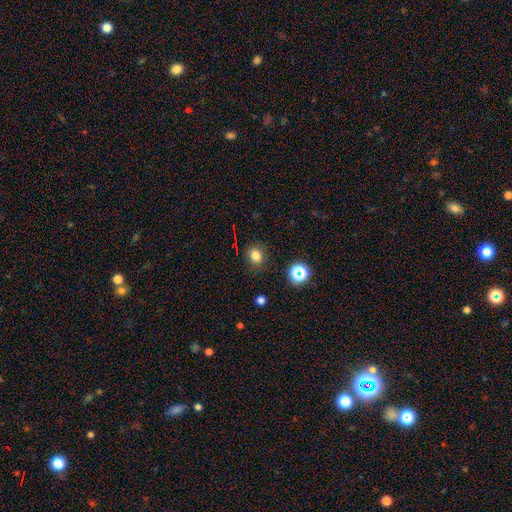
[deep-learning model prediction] A smooth galaxy with no disk features (77%) that is round (80%).

Vote fractions:
- Smooth or featured? smooth: 77% / star or artifact: 16% / featured or disk: 6%
- How rounded? round: 80% / in between: 19% / cigar-shaped: 1%
- Merging? none: 85% / minor disturbance: 10% / major disturbance: 3% / merger: 2%